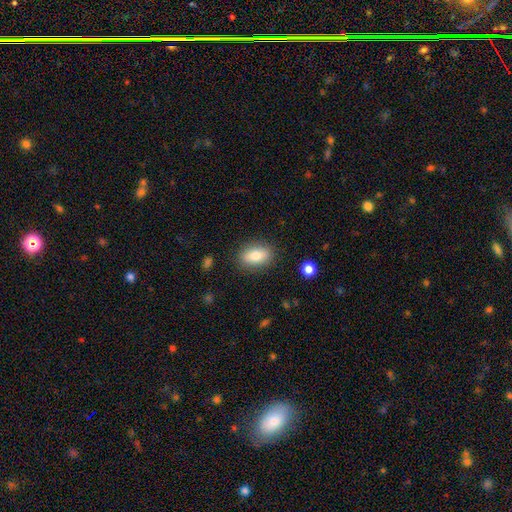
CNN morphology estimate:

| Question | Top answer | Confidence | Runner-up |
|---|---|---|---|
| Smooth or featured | smooth | 78% | featured or disk (15%) |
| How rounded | in between | 83% | round (13%) |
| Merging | none | 85% | minor disturbance (10%) |